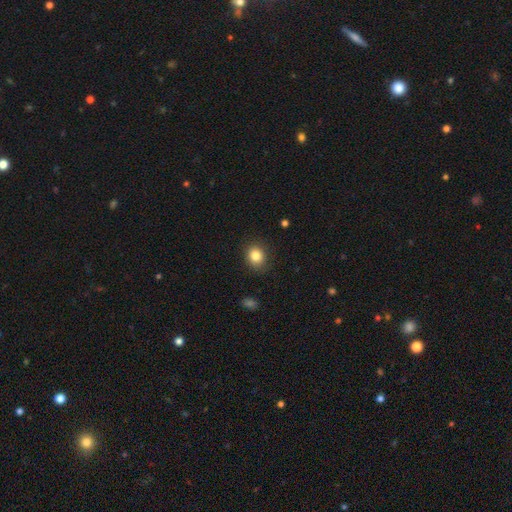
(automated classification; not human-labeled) The model was most divided on "how rounded": round: 66%, in between: 33%, cigar-shaped: 1%. More confident: merging — none (86%); smooth or featured — smooth (83%).